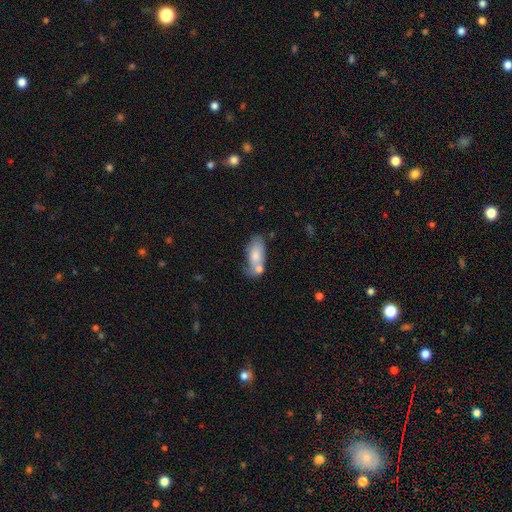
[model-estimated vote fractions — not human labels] Smooth or featured: smooth — 74% (featured or disk — 20%)
How rounded: in between — 89% (cigar-shaped — 7%)
Merging: merger — 38% (none — 34%)